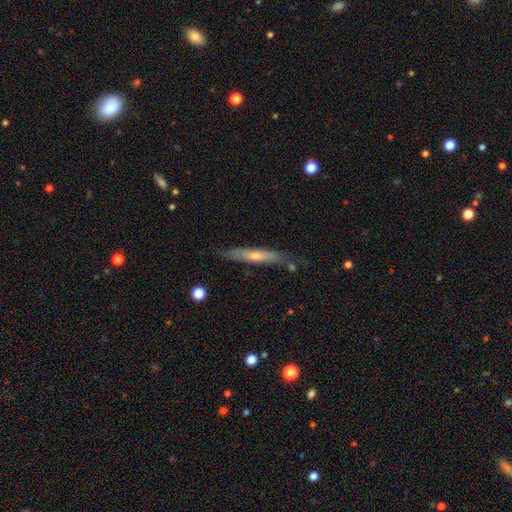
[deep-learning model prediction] The model was most divided on "smooth or featured": featured or disk: 52%, smooth: 42%, star or artifact: 6%. More confident: edge-on disk — yes (86%); merging — none (77%).